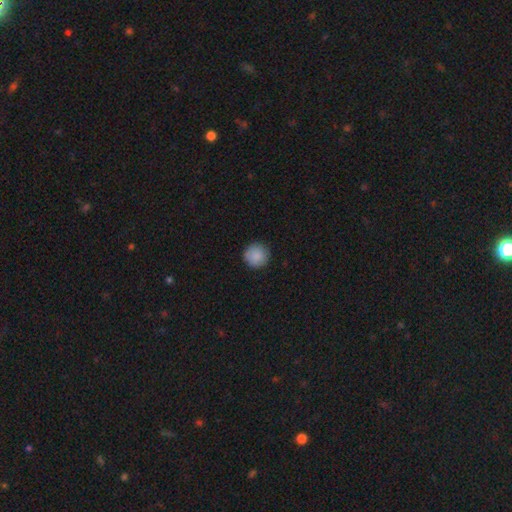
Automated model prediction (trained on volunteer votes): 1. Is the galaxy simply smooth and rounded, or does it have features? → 88% smooth, 8% star or artifact, 4% featured or disk.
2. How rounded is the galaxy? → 96% round, 4% in between, 1% cigar-shaped.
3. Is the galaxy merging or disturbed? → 90% none, 8% minor disturbance, 2% major disturbance, 1% merger.